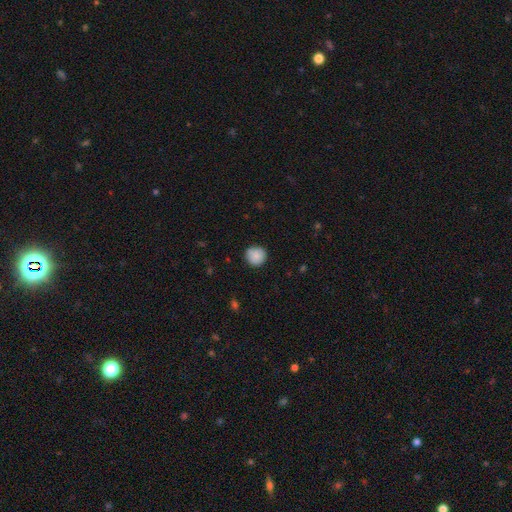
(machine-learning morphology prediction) The model was most divided on "merging": none: 85%, minor disturbance: 11%, major disturbance: 2%, merger: 2%. More confident: how rounded — round (92%); smooth or featured — smooth (87%).